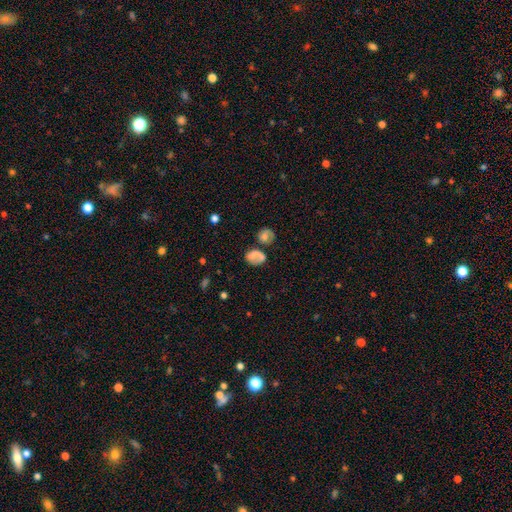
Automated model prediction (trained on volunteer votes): A smooth galaxy with no disk features (63%) that is in between round and cigar-shaped (60%). Merging: none (37%).